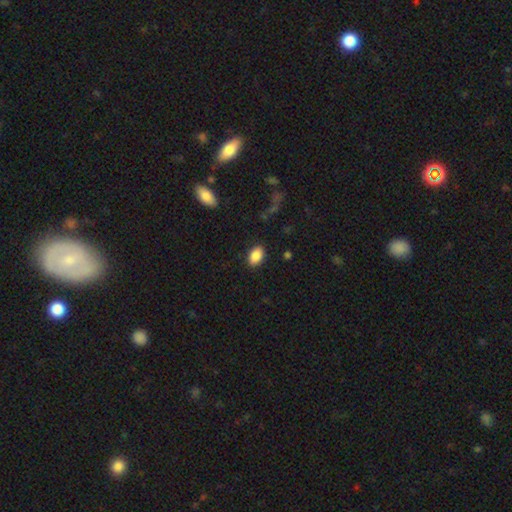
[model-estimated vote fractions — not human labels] Smooth or featured? smooth (88%)
How rounded? in between (89%)
Merging? none (87%)